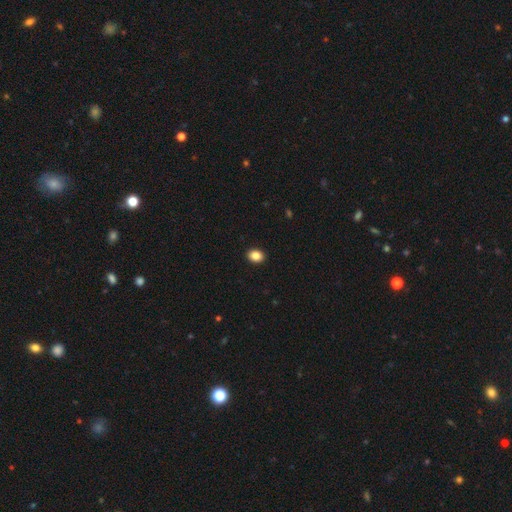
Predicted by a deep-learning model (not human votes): Morphology: type=smooth (87%); roundness=in between (62%); merging=none (92%).